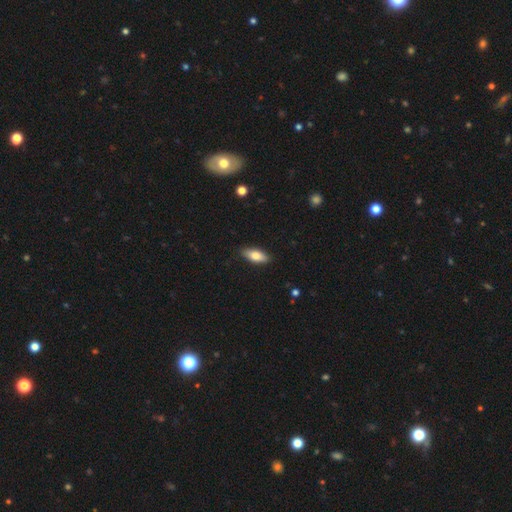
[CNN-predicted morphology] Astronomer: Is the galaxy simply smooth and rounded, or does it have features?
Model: smooth — 76%.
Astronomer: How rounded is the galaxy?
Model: in between — 78%.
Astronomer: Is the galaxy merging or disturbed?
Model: none — 88%.